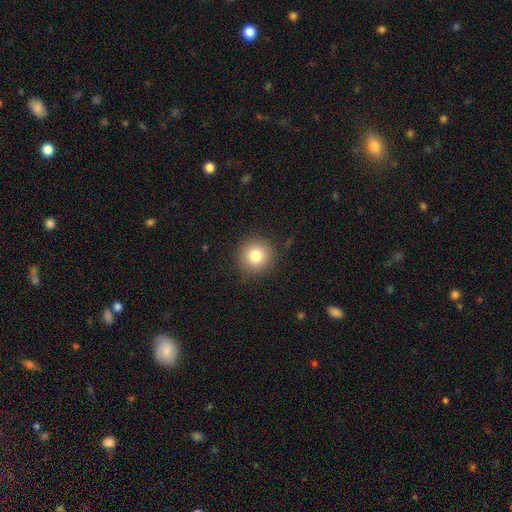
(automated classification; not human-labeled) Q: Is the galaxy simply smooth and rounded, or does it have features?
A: smooth — 80%.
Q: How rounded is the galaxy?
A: round — 95%.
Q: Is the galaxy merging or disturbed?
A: none — 89%.